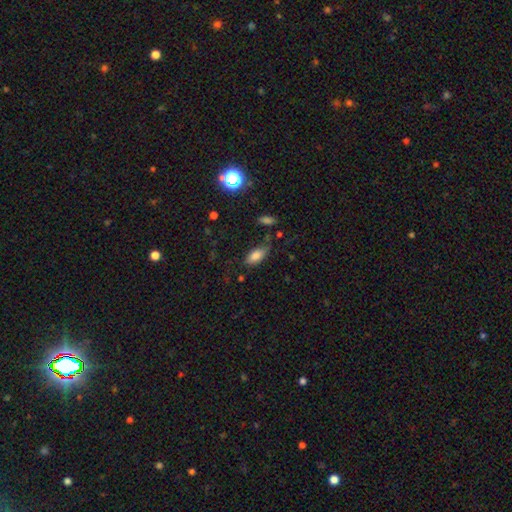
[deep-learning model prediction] Q: Smooth or featured?
A: smooth (81%); runner-up: star or artifact (10%)
Q: How rounded?
A: in between (87%); runner-up: cigar-shaped (9%)
Q: Merging?
A: none (67%); runner-up: minor disturbance (23%)